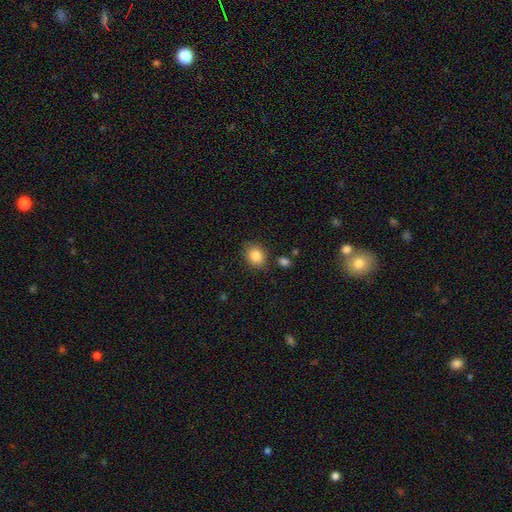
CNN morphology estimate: type=smooth (86%); roundness=in between (54%); merging=none (82%).